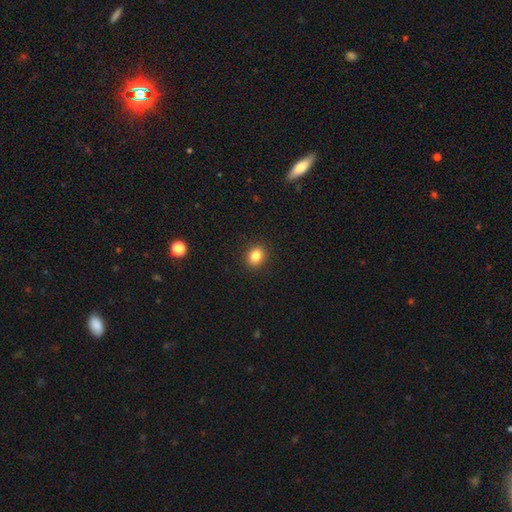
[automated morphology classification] Overall: smooth (85%). How rounded: round (54%; in between 45%). Merging: none (91%).